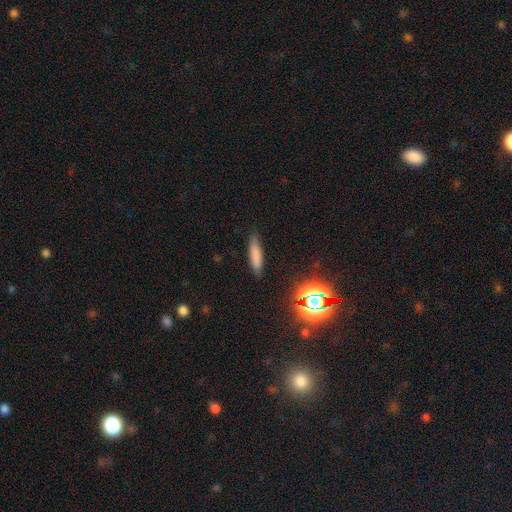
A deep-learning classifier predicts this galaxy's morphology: This is likely a smooth galaxy (76%). How rounded: likely cigar-shaped (76%). Merging: clearly none (82%).